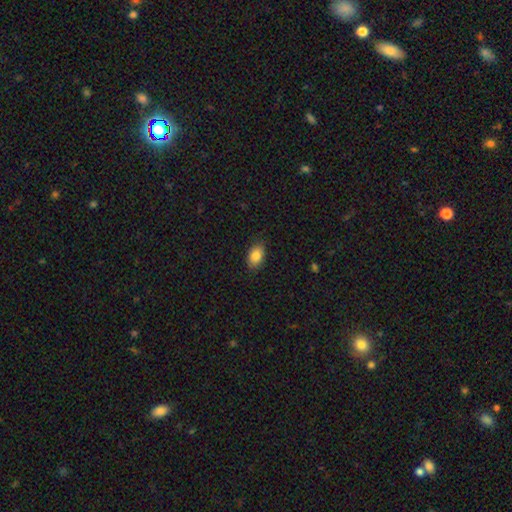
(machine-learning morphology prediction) smooth-or-featured: smooth: 86% | star or artifact: 8% | featured or disk: 6%
  how-rounded: in between: 87% | round: 11% | cigar-shaped: 1%
  merging: none: 85% | minor disturbance: 11% | major disturbance: 2% | merger: 1%